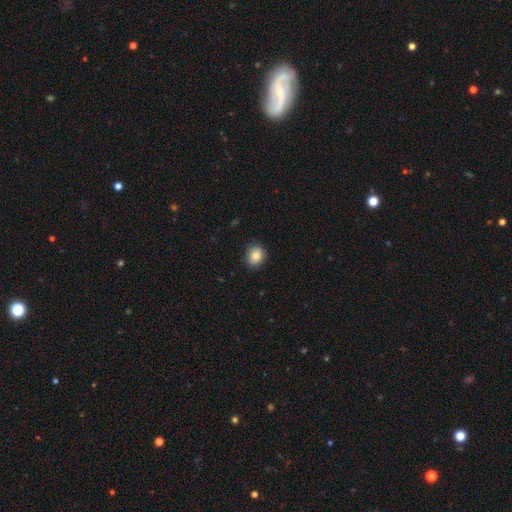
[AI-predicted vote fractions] Smooth or featured?
  - smooth: 85% *
  - star or artifact: 8%
  - featured or disk: 6%
How rounded?
  - round: 65% *
  - in between: 34%
  - cigar-shaped: 1%
Merging?
  - none: 84% *
  - minor disturbance: 12%
  - major disturbance: 3%
  - merger: 1%